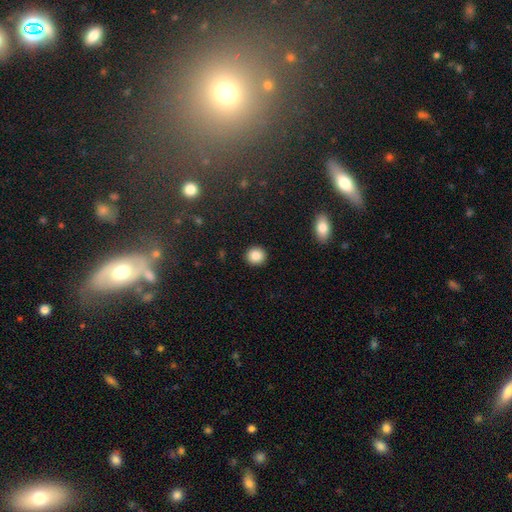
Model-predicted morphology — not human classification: Smooth or featured?
  - smooth: 87% *
  - star or artifact: 9%
  - featured or disk: 4%
How rounded?
  - round: 92% *
  - in between: 7%
  - cigar-shaped: 1%
Merging?
  - none: 92% *
  - minor disturbance: 5%
  - major disturbance: 2%
  - merger: 1%